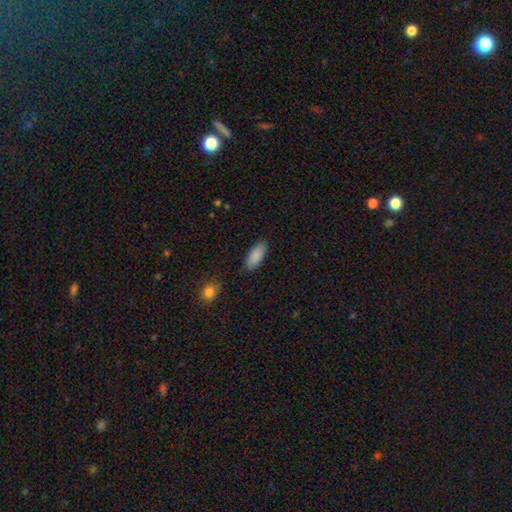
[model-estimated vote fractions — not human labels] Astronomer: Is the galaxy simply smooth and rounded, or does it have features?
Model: smooth — 89%.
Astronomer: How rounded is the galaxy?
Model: in between — 85%.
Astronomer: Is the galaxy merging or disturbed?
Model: none — 81%.